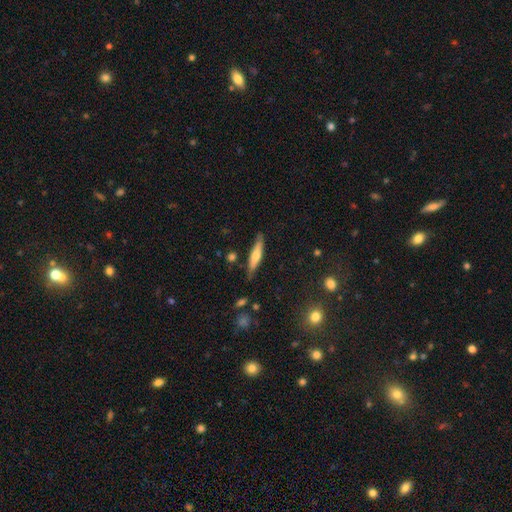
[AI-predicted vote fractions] Morphology: type=smooth (52%); roundness=cigar-shaped (83%); merging=none (82%).